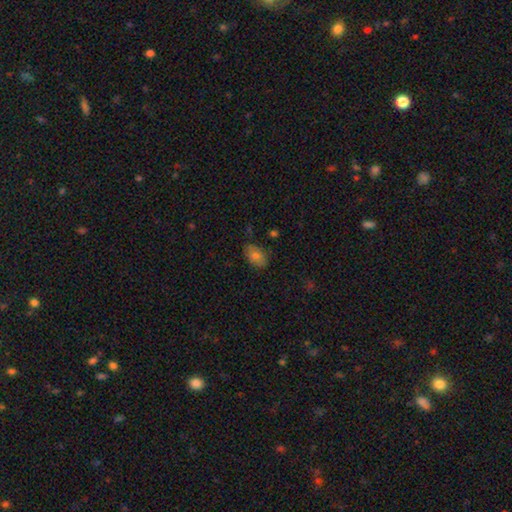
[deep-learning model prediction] A smooth galaxy with no disk features (74%) that is in between round and cigar-shaped (85%).

Vote fractions:
- Smooth or featured? smooth: 74% / featured or disk: 15% / star or artifact: 11%
- How rounded? in between: 85% / round: 13% / cigar-shaped: 2%
- Merging? none: 78% / minor disturbance: 17% / major disturbance: 3% / merger: 2%